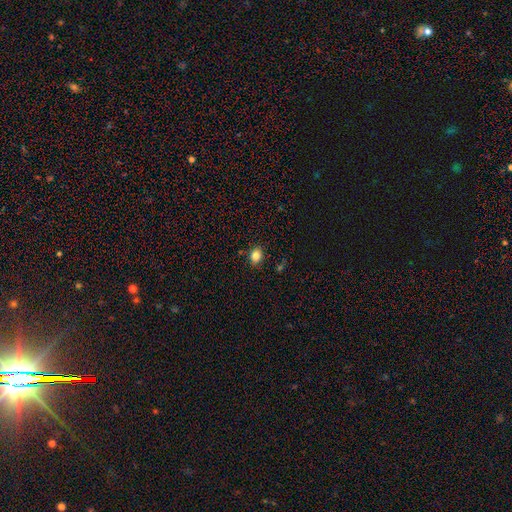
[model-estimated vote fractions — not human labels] smooth-or-featured: smooth: 83% | star or artifact: 11% | featured or disk: 5%
  how-rounded: round: 51% | in between: 48% | cigar-shaped: 1%
  merging: none: 86% | minor disturbance: 10% | major disturbance: 2% | merger: 2%